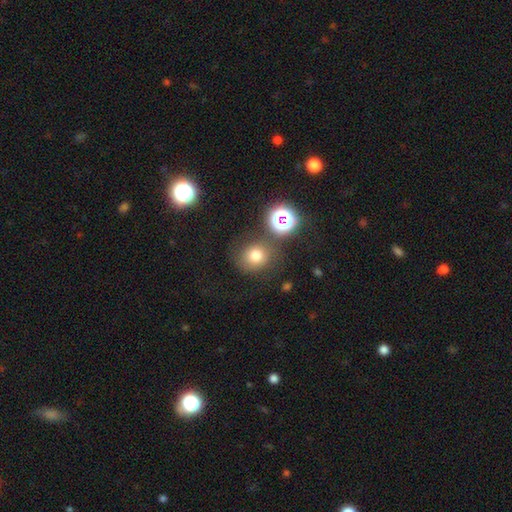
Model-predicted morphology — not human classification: smooth 72%, star or artifact 18%, featured or disk 9%. Down the decision tree: how rounded — round (82%); merging — none (72%).